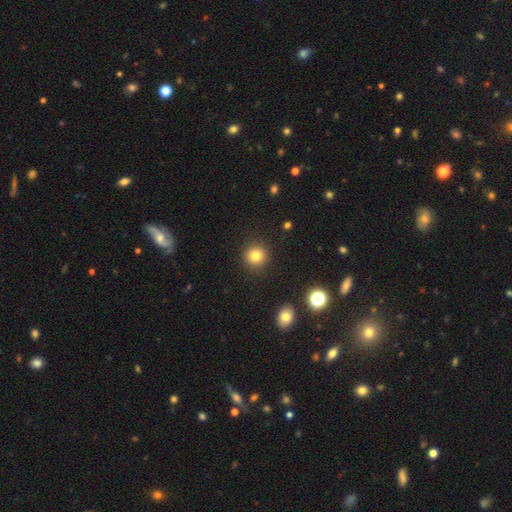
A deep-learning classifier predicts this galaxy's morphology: A smooth galaxy with no disk features (81%) that is round (93%).

Vote fractions:
- Smooth or featured? smooth: 81% / star or artifact: 12% / featured or disk: 7%
- How rounded? round: 93% / in between: 6% / cigar-shaped: 1%
- Merging? none: 91% / minor disturbance: 5% / major disturbance: 2% / merger: 1%